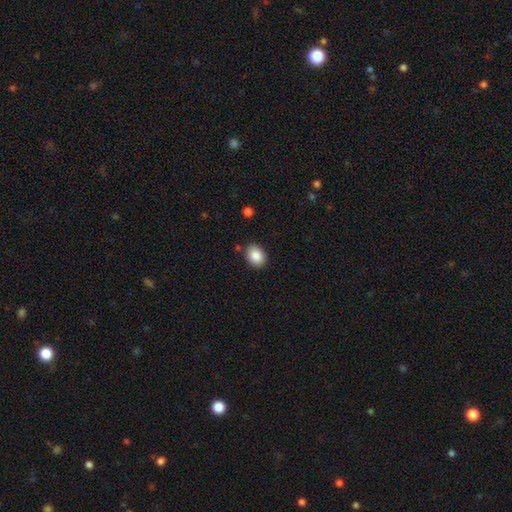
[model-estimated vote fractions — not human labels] Q: Smooth or featured?
A: smooth (87%); runner-up: star or artifact (8%)
Q: How rounded?
A: in between (66%); runner-up: round (34%)
Q: Merging?
A: none (84%); runner-up: minor disturbance (11%)